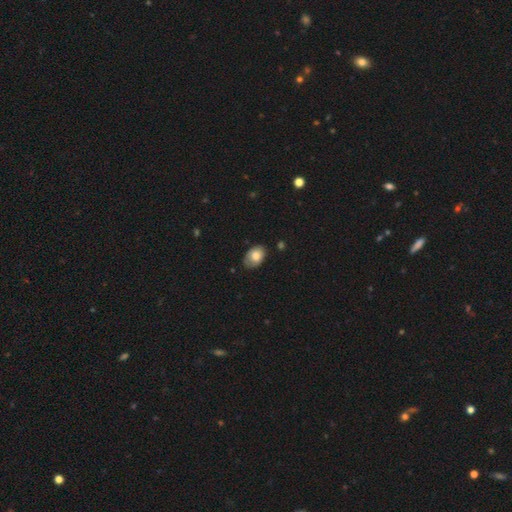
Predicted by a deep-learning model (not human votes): smooth-or-featured: smooth: 76% | featured or disk: 17% | star or artifact: 7%
  how-rounded: in between: 85% | round: 14% | cigar-shaped: 1%
  merging: none: 75% | minor disturbance: 20% | major disturbance: 4% | merger: 2%